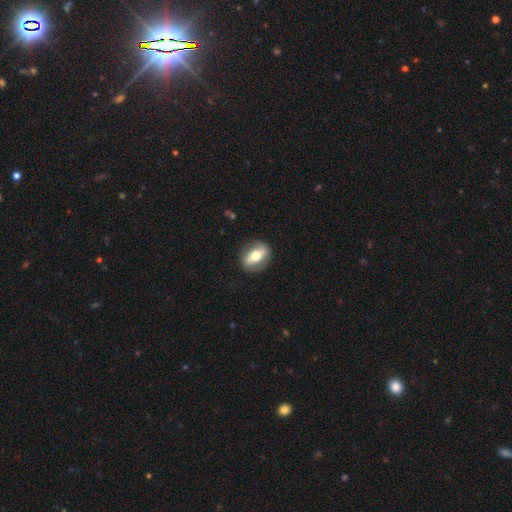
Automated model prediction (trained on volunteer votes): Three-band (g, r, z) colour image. It shows a featured or disk galaxy (54%). Merging: none (83%).